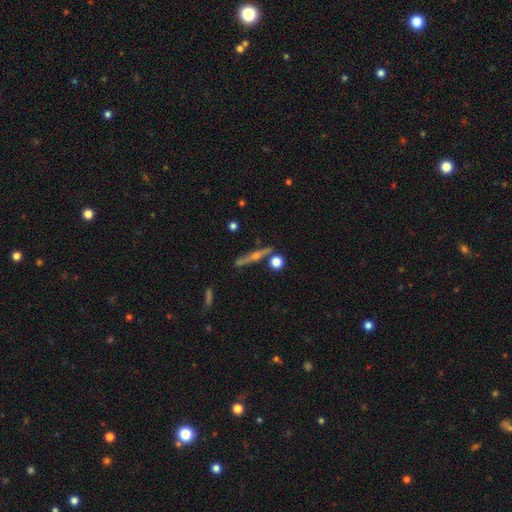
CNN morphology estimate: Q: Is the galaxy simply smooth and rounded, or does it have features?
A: featured or disk — 73%.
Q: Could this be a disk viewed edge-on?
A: yes — 95%.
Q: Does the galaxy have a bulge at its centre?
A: rounded — 88%.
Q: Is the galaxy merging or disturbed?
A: none — 81%.